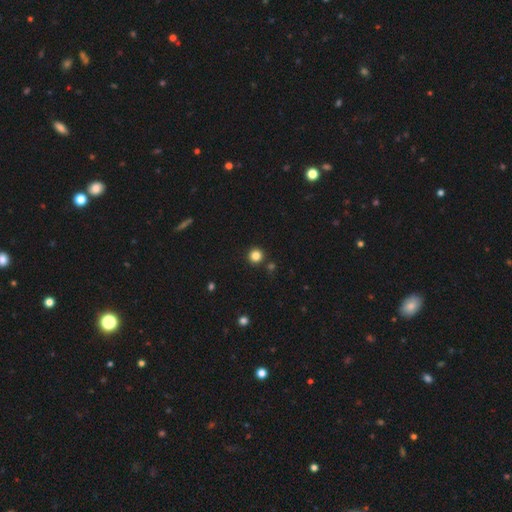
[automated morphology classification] smooth 83%, star or artifact 13%, featured or disk 4%. Down the decision tree: how rounded — round (95%); merging — none (90%).